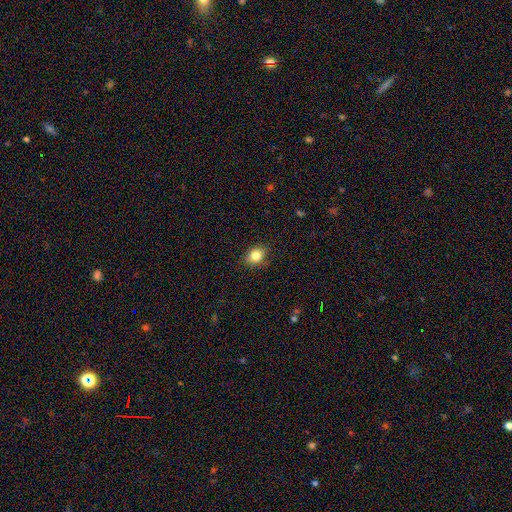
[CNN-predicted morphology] This appears to be a smooth galaxy with no disk features (83%) that is round (53%). Merging: none (84%).